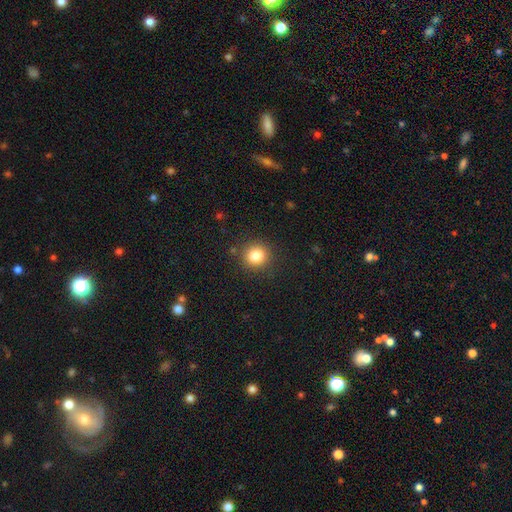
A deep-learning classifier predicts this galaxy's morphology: Smooth or featured?
  - smooth: 84% *
  - star or artifact: 11%
  - featured or disk: 5%
How rounded?
  - round: 89% *
  - in between: 10%
  - cigar-shaped: 1%
Merging?
  - none: 87% *
  - minor disturbance: 8%
  - major disturbance: 3%
  - merger: 2%